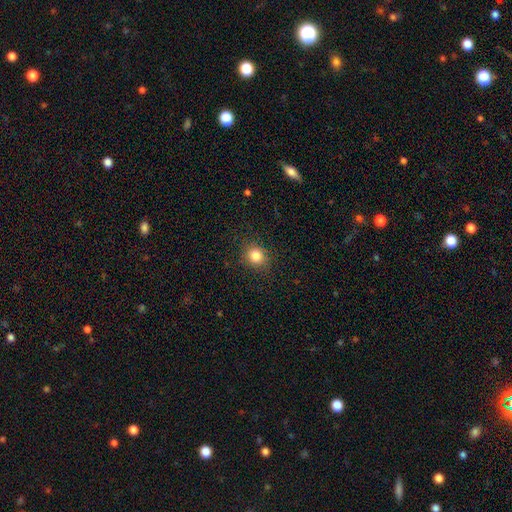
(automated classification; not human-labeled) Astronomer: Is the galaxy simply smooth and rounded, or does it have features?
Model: smooth — 83%.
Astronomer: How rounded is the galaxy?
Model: round — 71%.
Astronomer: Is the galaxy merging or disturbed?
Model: none — 87%.